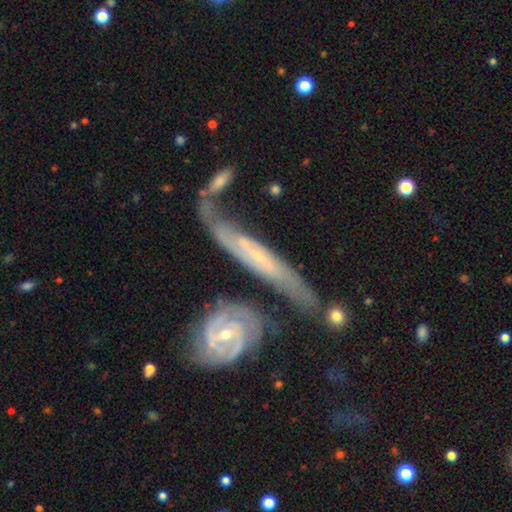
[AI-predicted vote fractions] Smooth or featured? Predicted: featured or disk (p=0.76). Edge-on disk? Predicted: no (p=0.64). Merging? Predicted: none (p=0.40).